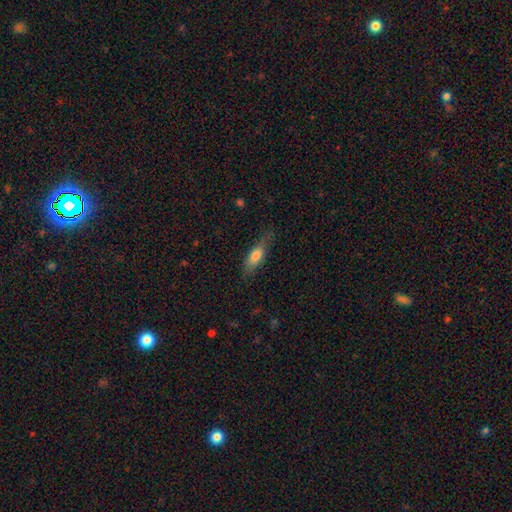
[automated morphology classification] A smooth galaxy with no disk features (68%) that is in between round and cigar-shaped (54%). Merging: none (68%).